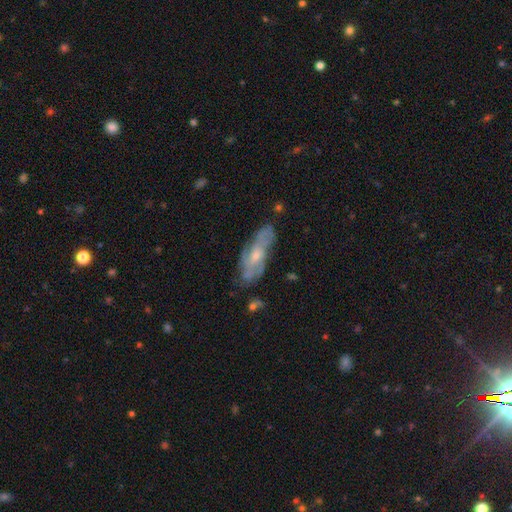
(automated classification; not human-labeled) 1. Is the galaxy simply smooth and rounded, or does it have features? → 69% featured or disk, 23% smooth, 7% star or artifact.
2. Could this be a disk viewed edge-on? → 83% no, 17% yes.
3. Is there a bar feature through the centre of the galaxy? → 67% no, 28% weak, 5% strong.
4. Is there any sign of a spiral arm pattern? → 82% yes, 18% no.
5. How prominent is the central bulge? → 46% small (tied), 46% moderate (tied), 4% none, 3% large, 1% dominant.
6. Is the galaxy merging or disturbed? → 70% none, 21% minor disturbance, 7% major disturbance, 2% merger.